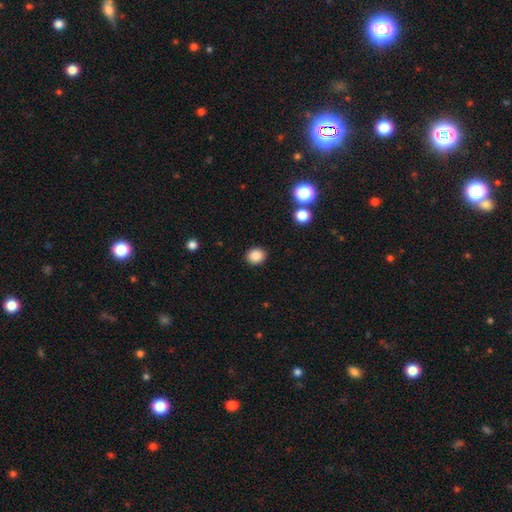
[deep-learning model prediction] Overall: smooth (86%). How rounded: round (71%). Merging: none (91%).